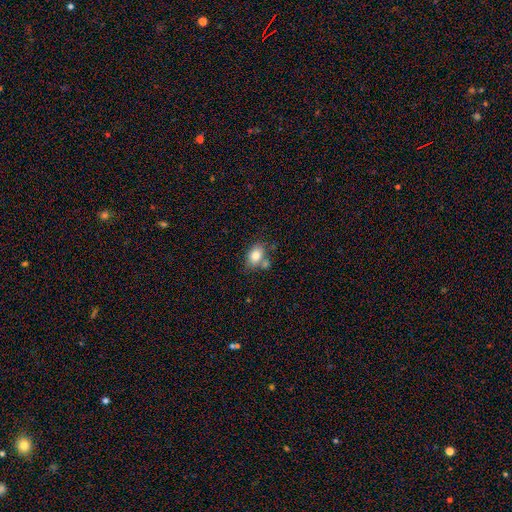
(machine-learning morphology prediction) Q: Smooth or featured?
A: smooth (79%); runner-up: featured or disk (12%)
Q: How rounded?
A: in between (75%); runner-up: round (24%)
Q: Merging?
A: none (57%); runner-up: merger (21%)